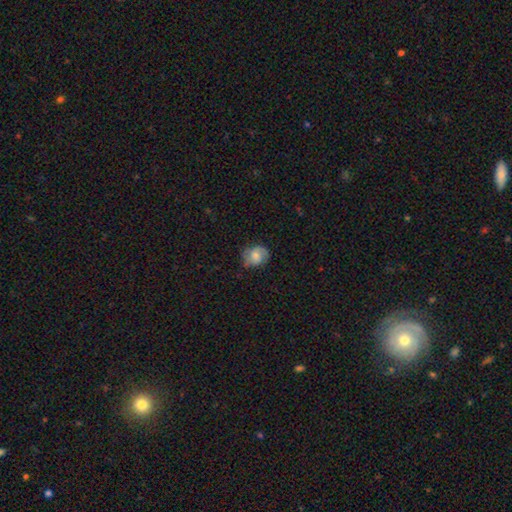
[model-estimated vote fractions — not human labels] Smooth or featured: smooth — 47% (featured or disk — 44%)
Merging: none — 68% (minor disturbance — 23%)